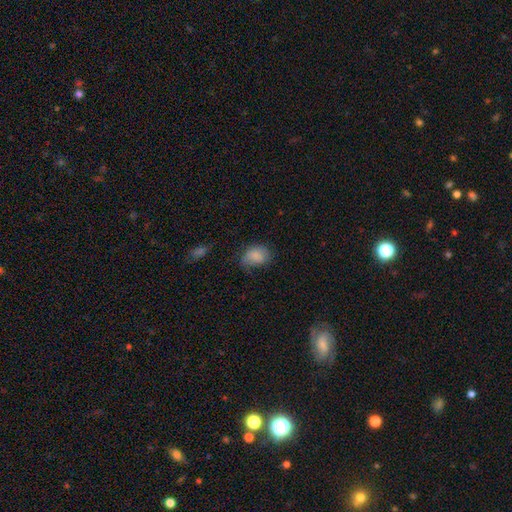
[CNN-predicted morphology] This is likely a smooth galaxy (78%). How rounded: likely in between (64%). Merging: possibly none (48%).